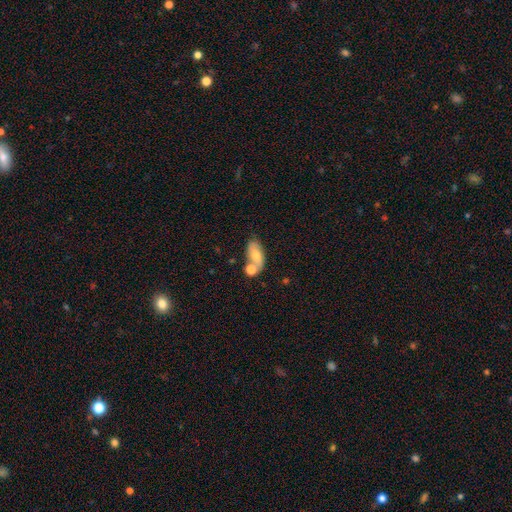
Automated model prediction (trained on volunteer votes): Morphology: type=smooth (67%); roundness=in between (86%); merging=none (48%).